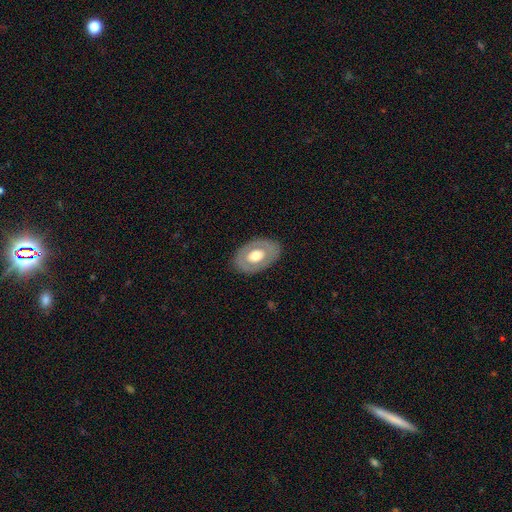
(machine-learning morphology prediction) This is possibly a smooth galaxy (48%). Merging: clearly none (83%).